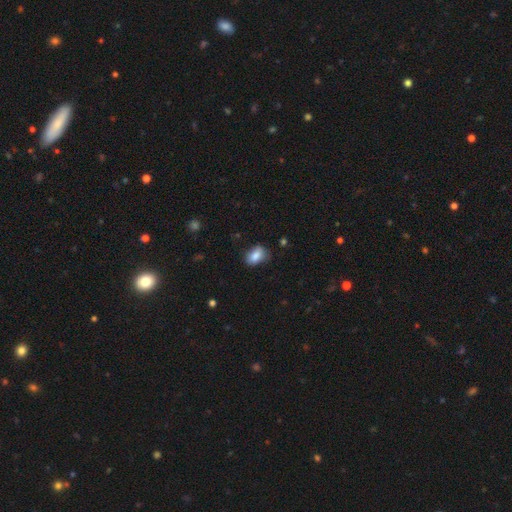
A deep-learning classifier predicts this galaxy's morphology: Q: Smooth or featured?
A: smooth (83%); runner-up: featured or disk (8%)
Q: How rounded?
A: in between (81%); runner-up: round (17%)
Q: Merging?
A: none (69%); runner-up: minor disturbance (24%)